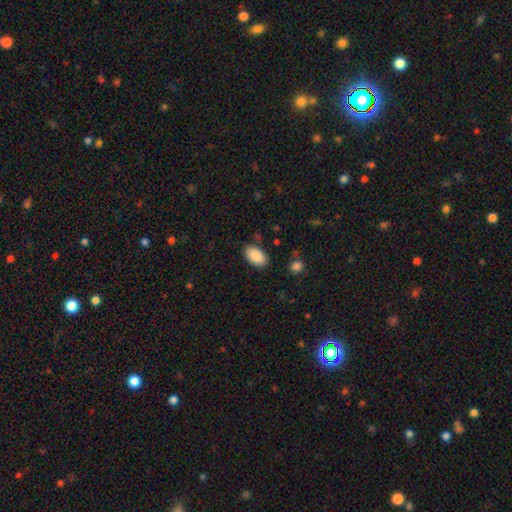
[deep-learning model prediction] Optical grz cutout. It shows a smooth galaxy with no disk features (87%) that is in between round and cigar-shaped (94%). Merging: none (83%).